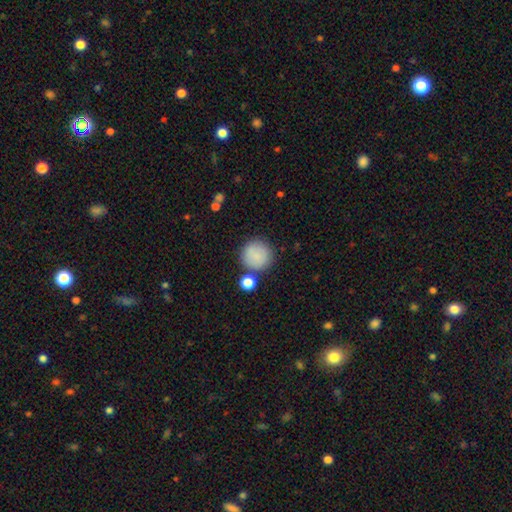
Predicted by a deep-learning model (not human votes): Overall: smooth (86%). How rounded: round (94%). Merging: none (77%).